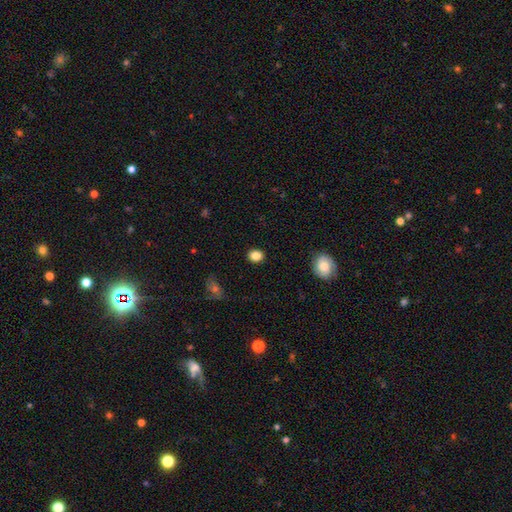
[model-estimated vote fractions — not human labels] A smooth galaxy with no disk features (85%) that is round (61%).

Vote fractions:
- Smooth or featured? smooth: 85% / star or artifact: 10% / featured or disk: 5%
- How rounded? round: 61% / in between: 38% / cigar-shaped: 1%
- Merging? none: 89% / minor disturbance: 8% / major disturbance: 2% / merger: 1%